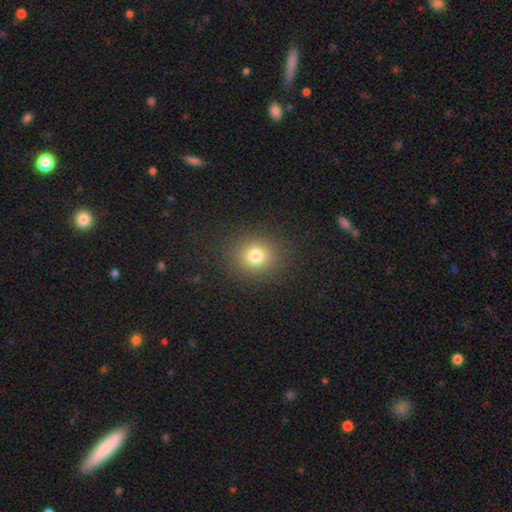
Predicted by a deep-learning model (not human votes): smooth-or-featured: smooth: 77% | star or artifact: 15% | featured or disk: 8%
  how-rounded: round: 81% | in between: 18% | cigar-shaped: 1%
  merging: none: 89% | minor disturbance: 7% | major disturbance: 3% | merger: 1%